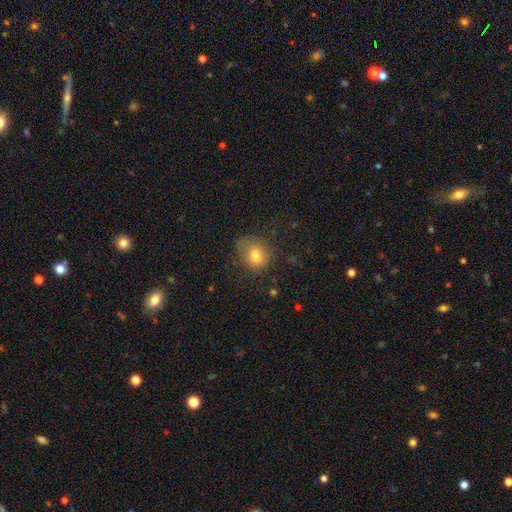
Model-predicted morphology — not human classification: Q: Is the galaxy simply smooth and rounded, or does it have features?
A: smooth — 76%.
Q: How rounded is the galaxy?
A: round — 75%.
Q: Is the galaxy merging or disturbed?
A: none — 64%.